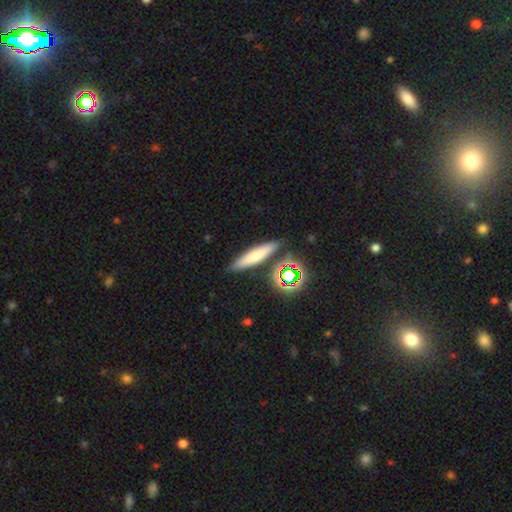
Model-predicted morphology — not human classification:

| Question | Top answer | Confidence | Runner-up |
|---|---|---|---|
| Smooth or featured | smooth | 66% | featured or disk (20%) |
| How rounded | cigar-shaped | 77% | in between (18%) |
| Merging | none | 82% | minor disturbance (9%) |